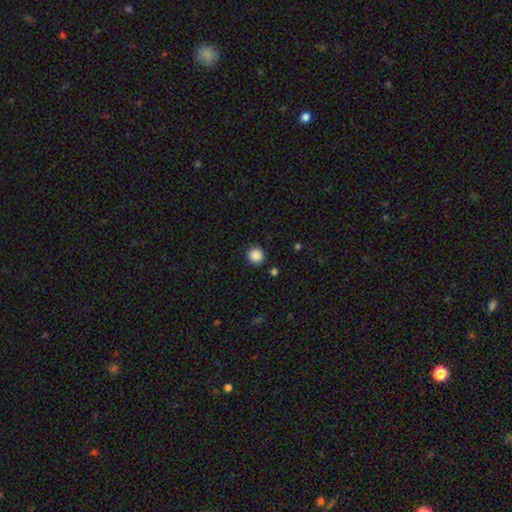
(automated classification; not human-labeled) This is clearly a smooth galaxy (88%). How rounded: clearly round (94%). Merging: clearly none (91%).